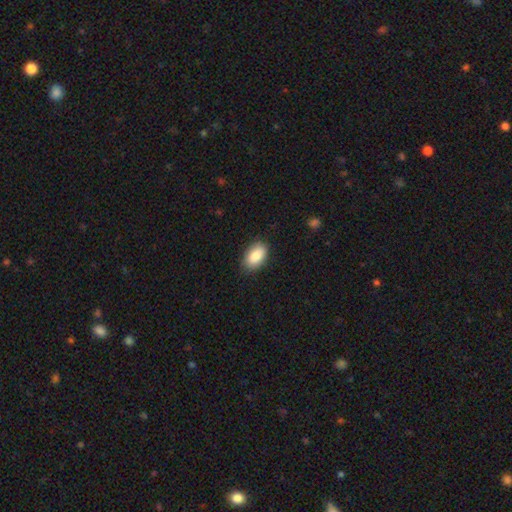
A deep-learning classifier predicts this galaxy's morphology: The model was most divided on "merging": none: 85%, minor disturbance: 12%, major disturbance: 2%, merger: 1%. More confident: how rounded — in between (92%); smooth or featured — smooth (86%).